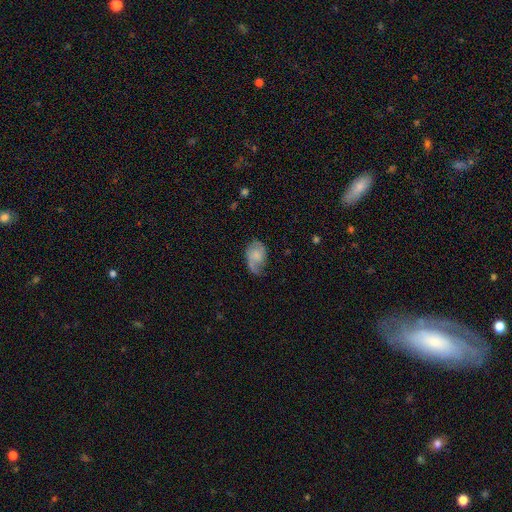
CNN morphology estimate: featured or disk 60%, smooth 33%, star or artifact 7%. Down the decision tree: edge-on disk — no (97%); bar — no (64%); spiral arms — yes (90%); spiral arm count — 2 (57%); spiral winding — medium (41%); bulge size — none (35%); merging — none (48%).